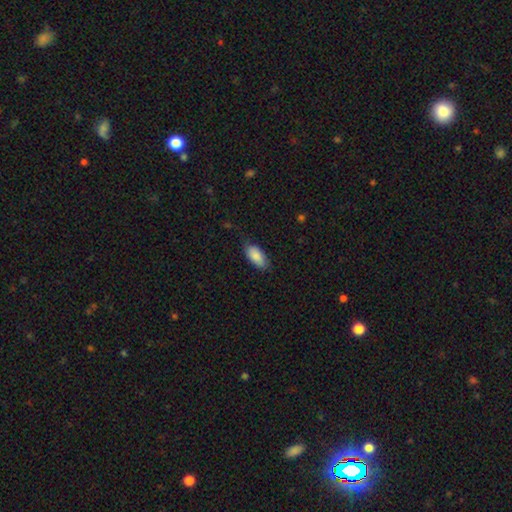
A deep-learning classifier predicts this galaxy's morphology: type=smooth (86%); roundness=in between (92%); merging=none (72%).